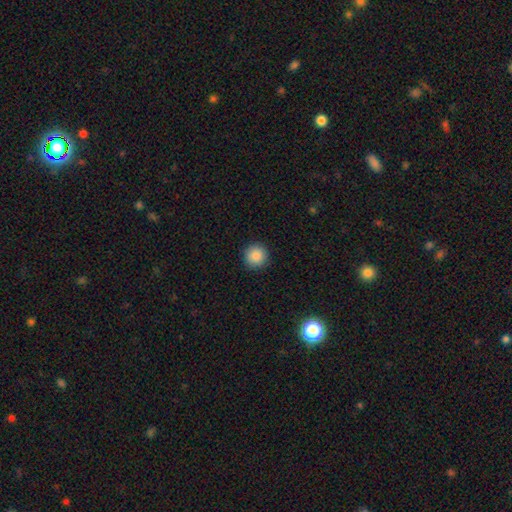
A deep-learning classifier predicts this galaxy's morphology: Smooth or featured? smooth (87%)
How rounded? round (95%)
Merging? none (92%)